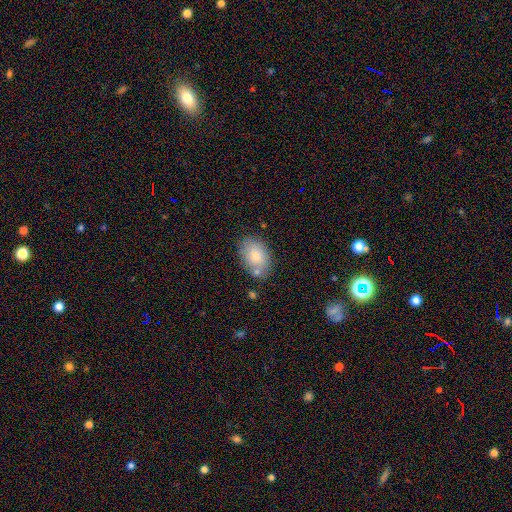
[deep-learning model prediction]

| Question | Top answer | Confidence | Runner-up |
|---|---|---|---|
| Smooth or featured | smooth | 78% | featured or disk (15%) |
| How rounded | in between | 86% | round (13%) |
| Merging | none | 72% | minor disturbance (16%) |